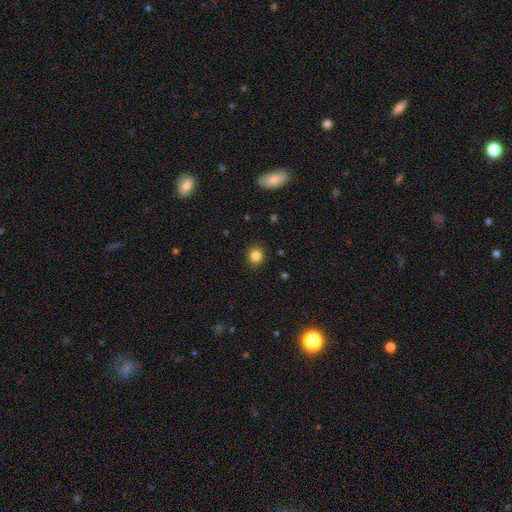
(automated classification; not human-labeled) Smooth or featured? smooth (85%)
How rounded? round (85%)
Merging? none (90%)